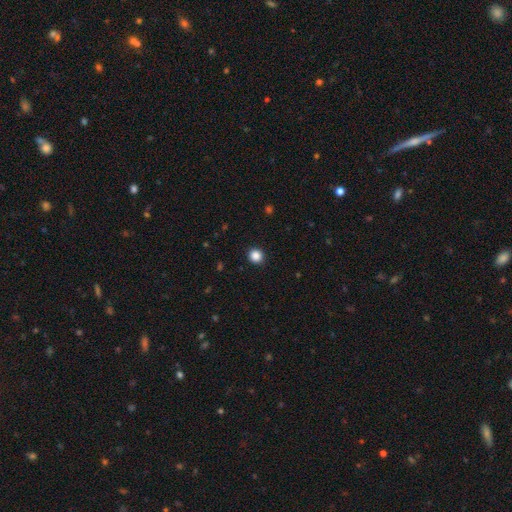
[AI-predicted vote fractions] Smooth or featured? smooth (86%)
How rounded? round (90%)
Merging? none (92%)